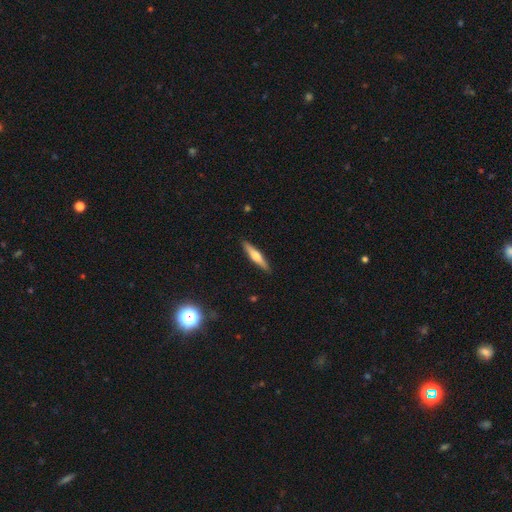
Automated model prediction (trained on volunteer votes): This is possibly a featured or disk galaxy (53%). It is clearly viewed edge-on (96%). Edge-on bulge: clearly rounded (87%). Merging: clearly none (91%).